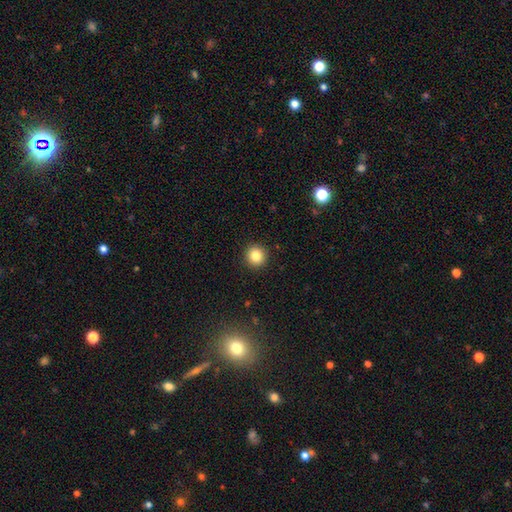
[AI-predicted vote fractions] Smooth or featured: smooth — 84% (star or artifact — 11%)
How rounded: round — 93% (in between — 6%)
Merging: none — 92% (minor disturbance — 5%)